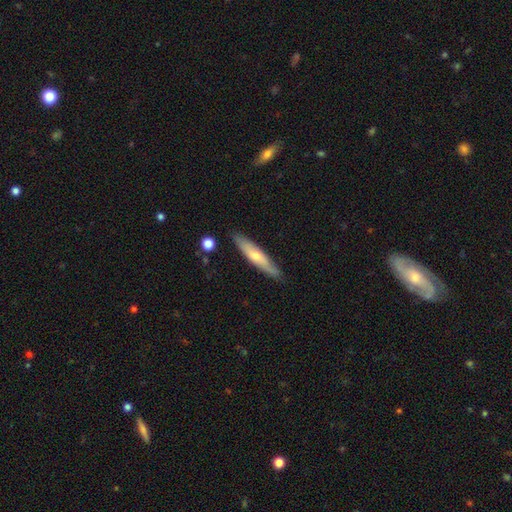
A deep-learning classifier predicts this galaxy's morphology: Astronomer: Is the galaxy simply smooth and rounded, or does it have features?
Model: smooth — 53% (runner-up: featured or disk, 41%).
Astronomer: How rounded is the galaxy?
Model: cigar-shaped — 86%.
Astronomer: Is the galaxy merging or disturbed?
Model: none — 85%.